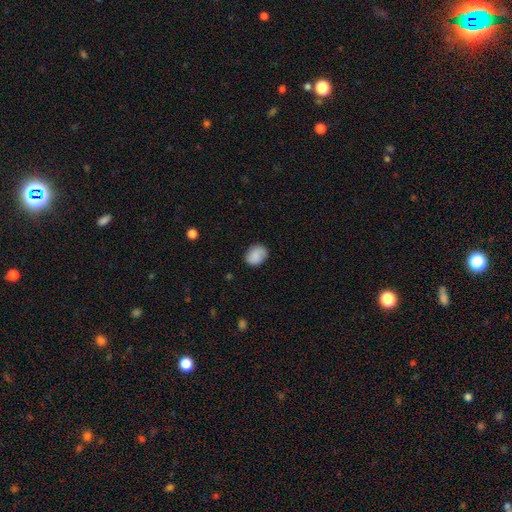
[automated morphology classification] Q: Smooth or featured?
A: smooth (87%); runner-up: star or artifact (7%)
Q: How rounded?
A: in between (57%); runner-up: round (42%)
Q: Merging?
A: none (82%); runner-up: minor disturbance (14%)